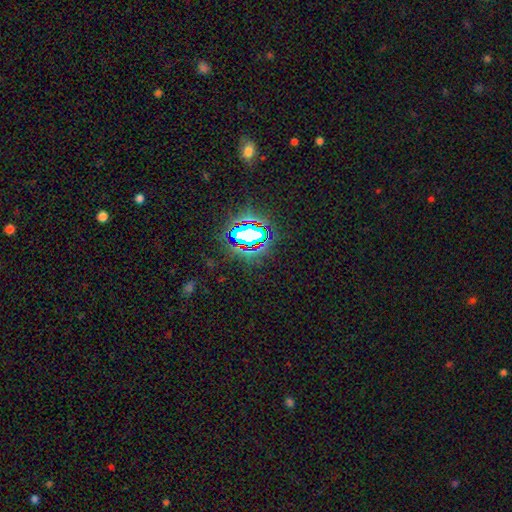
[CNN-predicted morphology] star or artifact 83%, smooth 10%, featured or disk 7%.